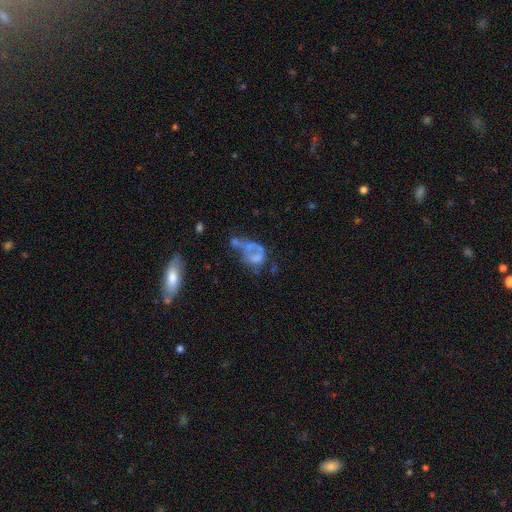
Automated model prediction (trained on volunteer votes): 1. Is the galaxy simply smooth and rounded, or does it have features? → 48% featured or disk, 38% smooth, 14% star or artifact.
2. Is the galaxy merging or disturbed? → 37% merger, 33% major disturbance, 17% none, 12% minor disturbance.